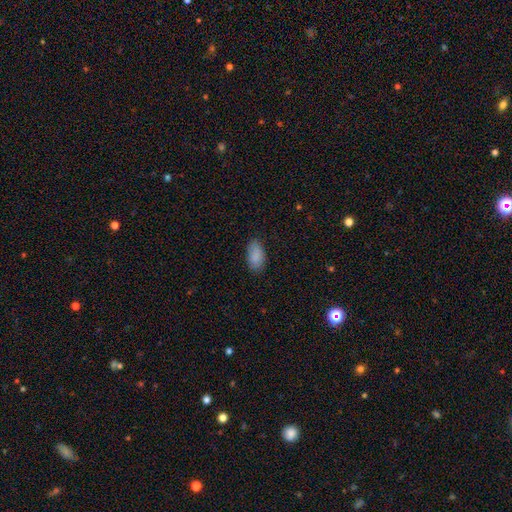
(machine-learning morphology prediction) A smooth galaxy with no disk features (88%) that is in between round and cigar-shaped (93%). Merging: none (83%).